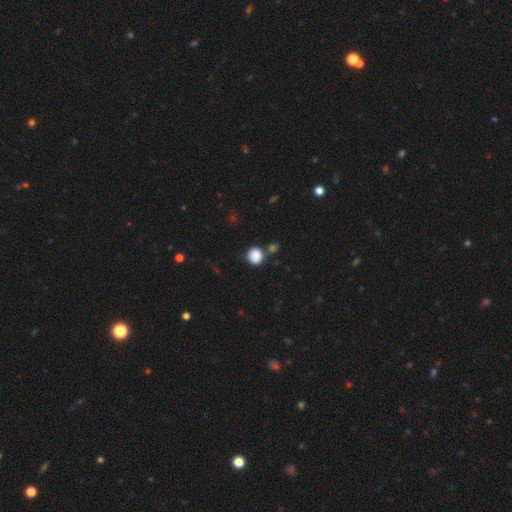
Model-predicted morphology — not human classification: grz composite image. It shows a smooth galaxy with no disk features (87%) that is round (88%). Merging: none (71%).